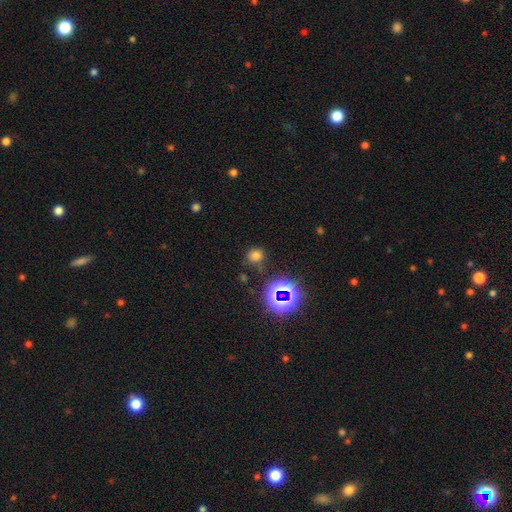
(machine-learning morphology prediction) Smooth or featured?
  - smooth: 65% *
  - star or artifact: 29%
  - featured or disk: 6%
How rounded?
  - round: 76% *
  - in between: 23%
  - cigar-shaped: 1%
Merging?
  - none: 75% *
  - minor disturbance: 15%
  - major disturbance: 5%
  - merger: 5%